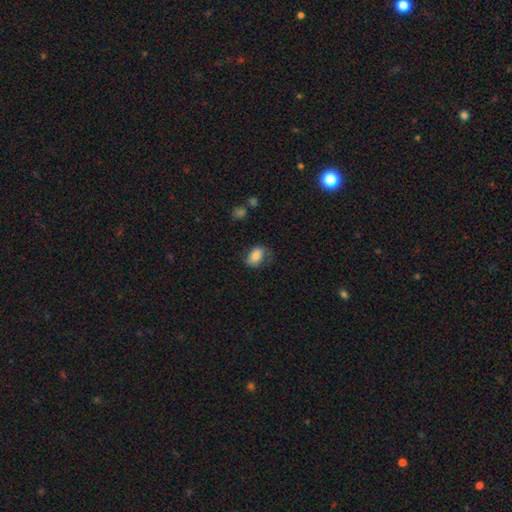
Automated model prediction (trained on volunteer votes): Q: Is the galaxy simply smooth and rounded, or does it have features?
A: smooth — 76%.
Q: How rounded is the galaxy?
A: in between — 85%.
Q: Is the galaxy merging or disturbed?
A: none — 58%.